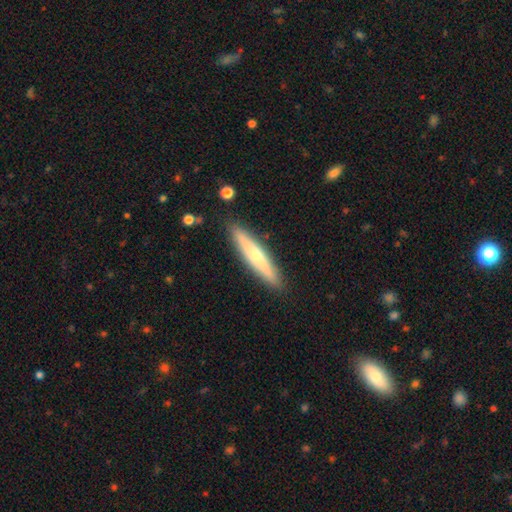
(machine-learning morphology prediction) smooth-or-featured: smooth: 54% | featured or disk: 40% | star or artifact: 6%
  how-rounded: cigar-shaped: 90% | in between: 9% | round: 1%
  merging: none: 89% | minor disturbance: 8% | major disturbance: 2% | merger: 1%